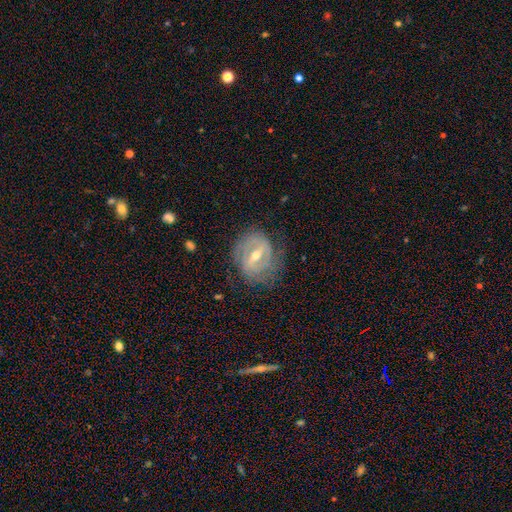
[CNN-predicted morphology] A featured or disk galaxy (81%) with a strong bar (47%), 2 (52%) tight (54%) spiral arms (81%) and a moderate central bulge (61%). Merging: none (71%).